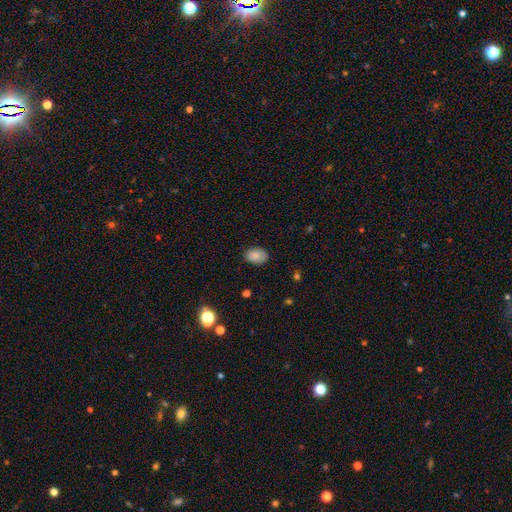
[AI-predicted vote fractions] Smooth or featured? smooth (85%)
How rounded? in between (84%)
Merging? none (85%)